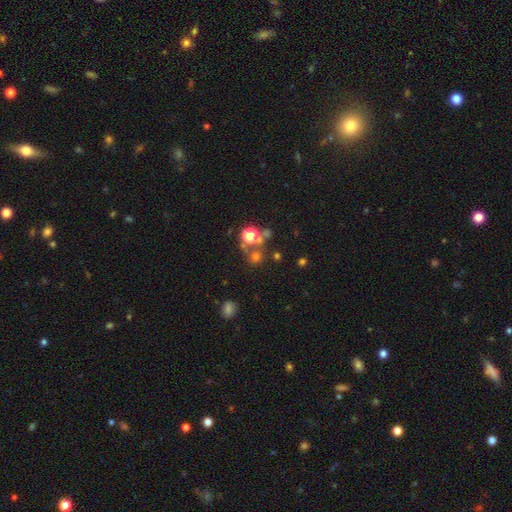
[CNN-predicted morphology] Smooth or featured?
  - star or artifact: 47% *
  - smooth: 41%
  - featured or disk: 13%